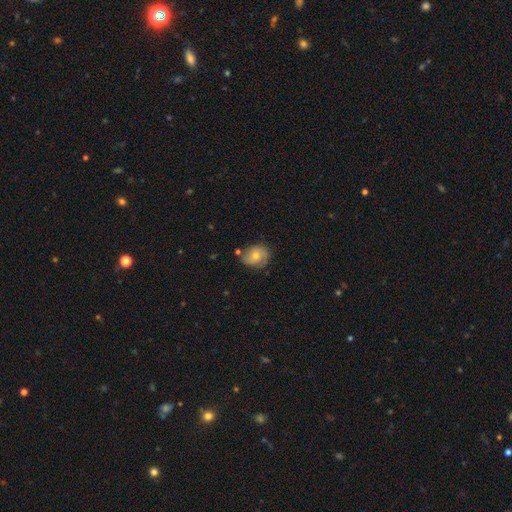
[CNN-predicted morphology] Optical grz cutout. It shows a smooth galaxy with no disk features (51%) that is round (59%). Merging: none (63%).